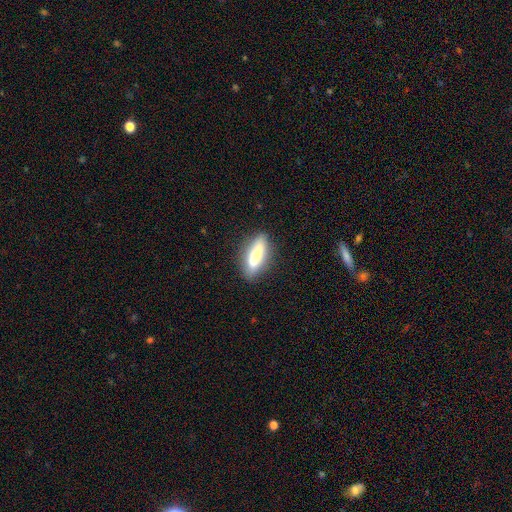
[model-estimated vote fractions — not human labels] Q: Smooth or featured?
A: smooth (71%); runner-up: featured or disk (21%)
Q: How rounded?
A: cigar-shaped (56%); runner-up: in between (42%)
Q: Merging?
A: none (83%); runner-up: minor disturbance (12%)